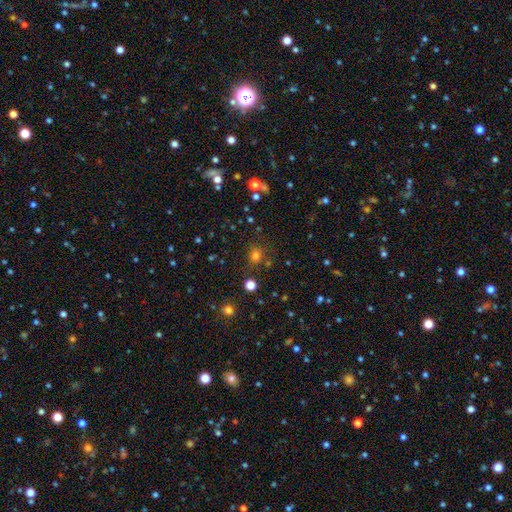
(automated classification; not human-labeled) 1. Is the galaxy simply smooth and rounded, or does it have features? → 73% smooth, 21% star or artifact, 6% featured or disk.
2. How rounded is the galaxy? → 81% round, 18% in between, 1% cigar-shaped.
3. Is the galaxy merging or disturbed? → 78% none, 11% minor disturbance, 6% merger, 5% major disturbance.